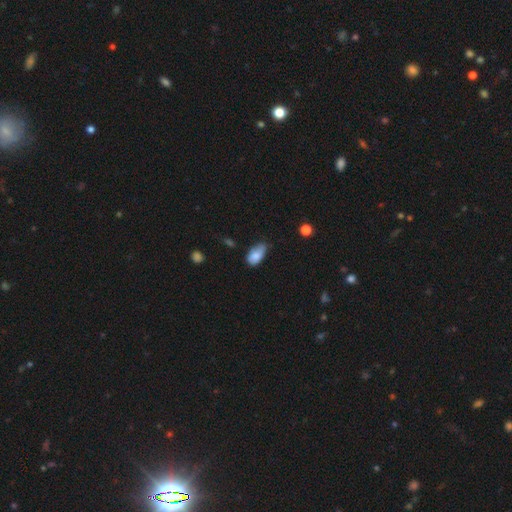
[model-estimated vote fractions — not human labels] Smooth or featured: smooth — 80% (featured or disk — 12%)
How rounded: in between — 92% (round — 5%)
Merging: minor disturbance — 49% (none — 36%)